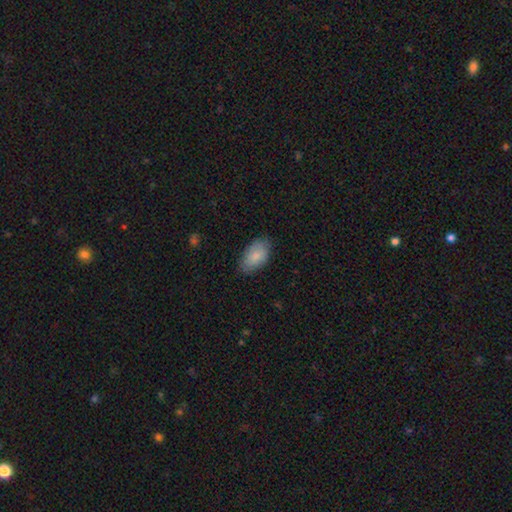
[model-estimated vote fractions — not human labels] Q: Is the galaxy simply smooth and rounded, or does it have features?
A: smooth — 85%.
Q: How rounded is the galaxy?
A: in between — 94%.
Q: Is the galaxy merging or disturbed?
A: none — 79%.